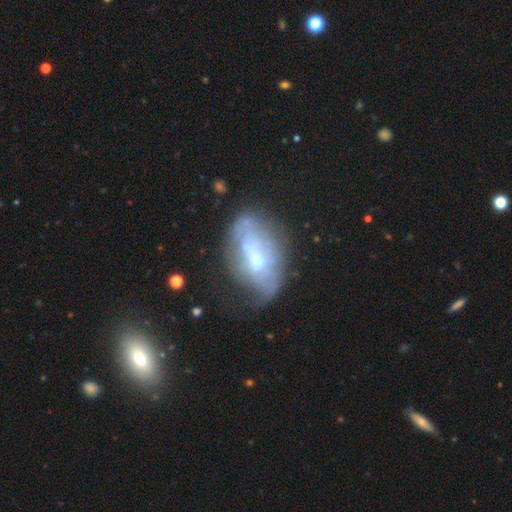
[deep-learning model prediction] Smooth or featured: featured or disk — 59% (smooth — 32%)
Edge-on disk: no — 91% (yes — 9%)
Bar: no — 67% (weak — 25%)
Spiral arms: no — 58% (yes — 42%)
Bulge size: small — 61% (moderate — 31%)
Merging: none — 39% (minor disturbance — 30%)